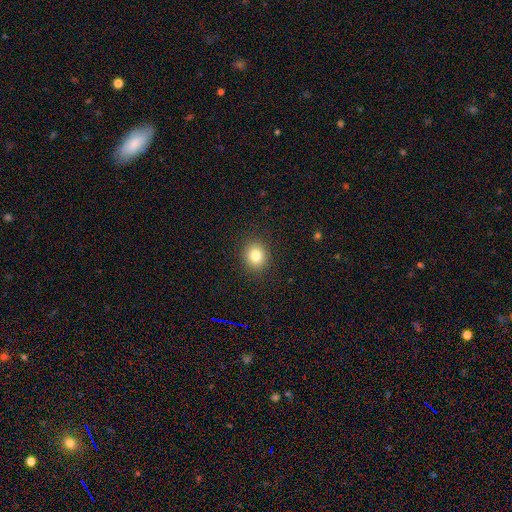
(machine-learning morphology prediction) A smooth galaxy with no disk features (80%) that is round (73%). Merging: none (90%).